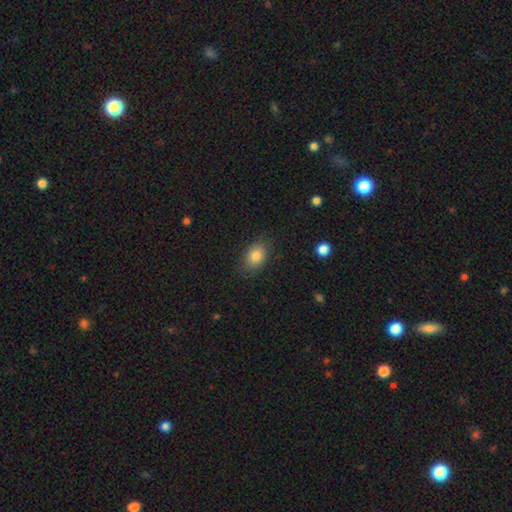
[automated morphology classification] smooth-or-featured: smooth: 82% | featured or disk: 9% | star or artifact: 9%
  how-rounded: in between: 74% | round: 25% | cigar-shaped: 1%
  merging: none: 80% | minor disturbance: 15% | major disturbance: 4% | merger: 1%